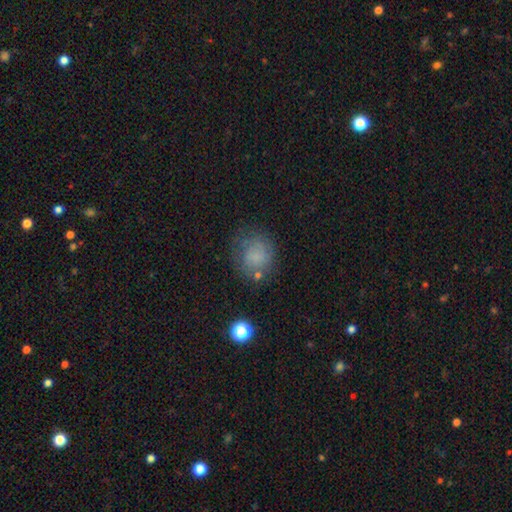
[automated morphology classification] Smooth or featured? smooth (62%)
How rounded? round (78%)
Merging? none (62%)